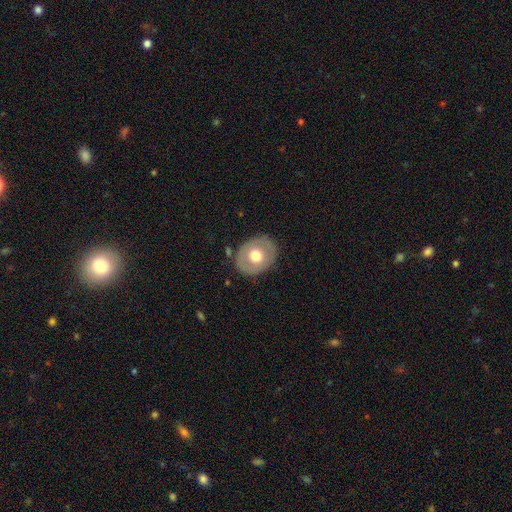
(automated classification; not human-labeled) smooth_or_featured: smooth (p=0.58) [alt: featured or disk p=0.36]
how_rounded: in between (p=0.55) [alt: round p=0.44]
merging: none (p=0.84) [alt: minor disturbance p=0.11]